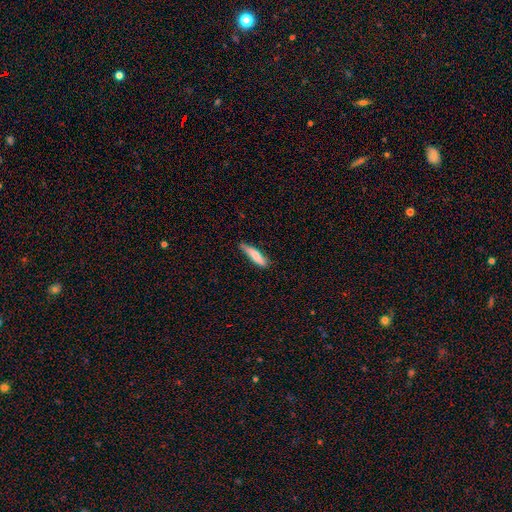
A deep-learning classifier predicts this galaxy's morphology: A smooth galaxy with no disk features (76%) that is cigar-shaped (75%).

Vote fractions:
- Smooth or featured? smooth: 76% / featured or disk: 19% / star or artifact: 6%
- How rounded? cigar-shaped: 75% / in between: 23% / round: 2%
- Merging? none: 64% / minor disturbance: 29% / major disturbance: 5% / merger: 2%